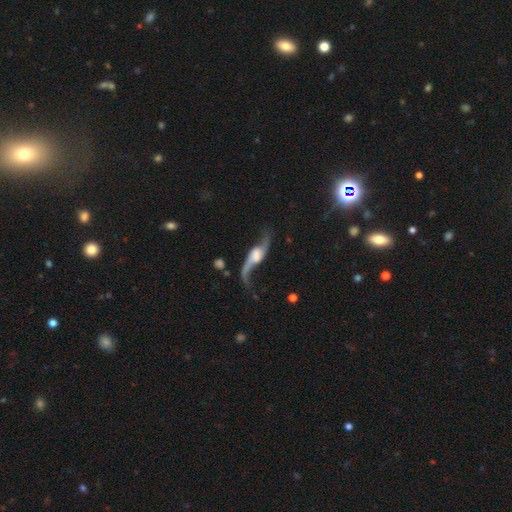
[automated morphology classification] A featured or disk galaxy (87%) with no bar (48%), 2 (93%) loose (91%) spiral arms (96%) and a large central bulge (32%).

Vote fractions:
- Smooth or featured? featured or disk: 87% / smooth: 7% / star or artifact: 5%
- Edge-on disk? no: 86% / yes: 14%
- Bar? no: 48% / weak: 37% / strong: 16%
- Spiral arms? yes: 96% / no: 4%
- Spiral winding? loose: 91% / medium: 7% / tight: 2%
- Spiral arm count? 2: 93% / 1: 2% / can't tell: 1% / 3: 1% / 4: 1% / more than 4: 1%
- Bulge size? large: 32% / moderate: 30% / small: 16% / none: 15% / dominant: 7%
- Merging? none: 70% / minor disturbance: 15% / major disturbance: 11% / merger: 4%